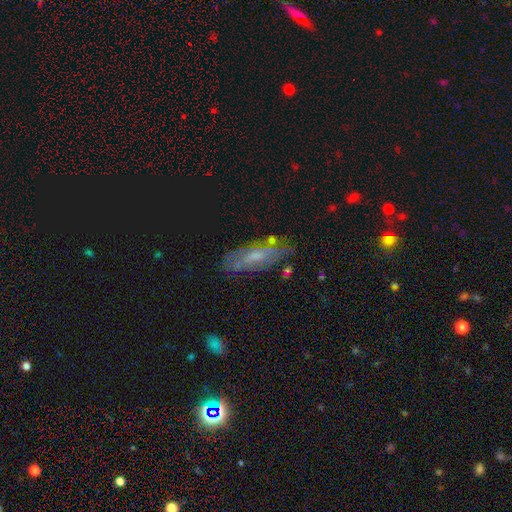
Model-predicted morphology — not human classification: The model was most divided on "smooth or featured": featured or disk: 50%, smooth: 38%, star or artifact: 12%. More confident: merging — none (69%).